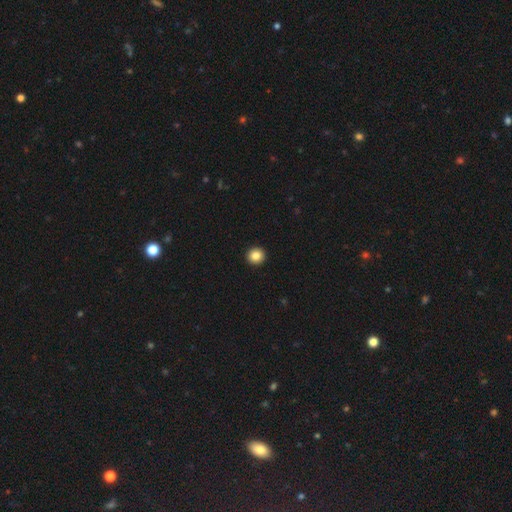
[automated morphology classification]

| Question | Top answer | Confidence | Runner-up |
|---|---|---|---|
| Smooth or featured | smooth | 86% | star or artifact (9%) |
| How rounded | round | 92% | in between (7%) |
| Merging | none | 94% | minor disturbance (4%) |